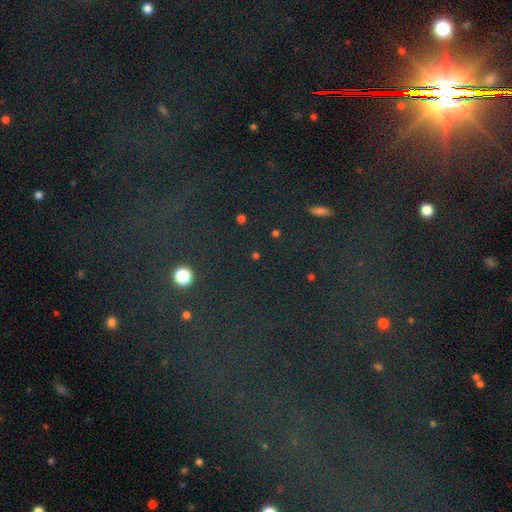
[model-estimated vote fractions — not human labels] Smooth or featured? star or artifact (62%)